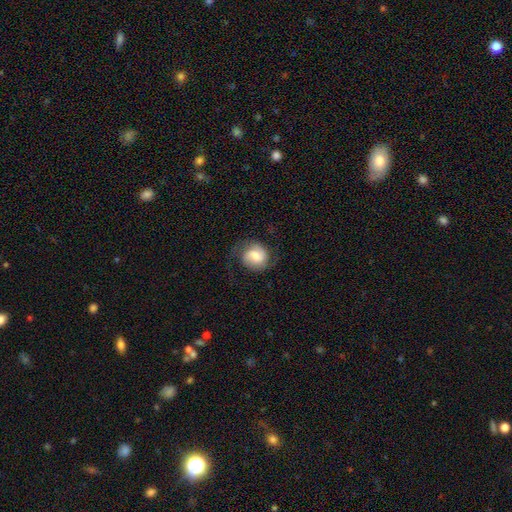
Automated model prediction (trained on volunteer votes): Q: Smooth or featured?
A: smooth (48%); runner-up: featured or disk (44%)
Q: Merging?
A: none (64%); runner-up: minor disturbance (20%)